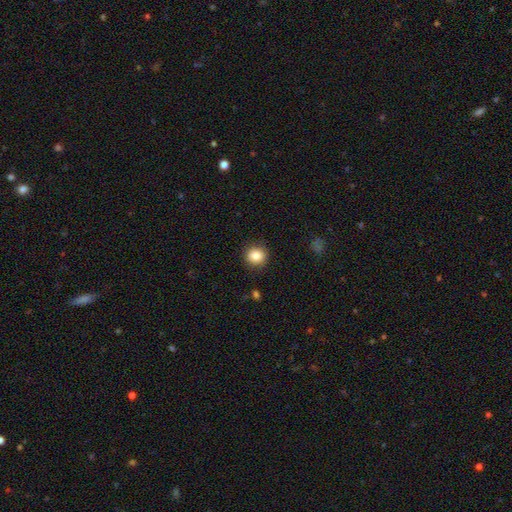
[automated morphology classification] smooth-or-featured: smooth: 86% | star or artifact: 9% | featured or disk: 4%
  how-rounded: round: 87% | in between: 12% | cigar-shaped: 1%
  merging: none: 89% | minor disturbance: 8% | major disturbance: 3% | merger: 1%